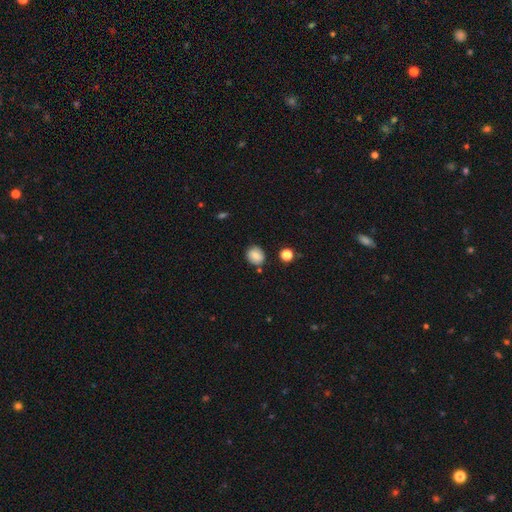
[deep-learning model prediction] Smooth or featured? Predicted: smooth (p=0.76). How rounded? Predicted: round (p=0.68). Merging? Predicted: none (p=0.79).